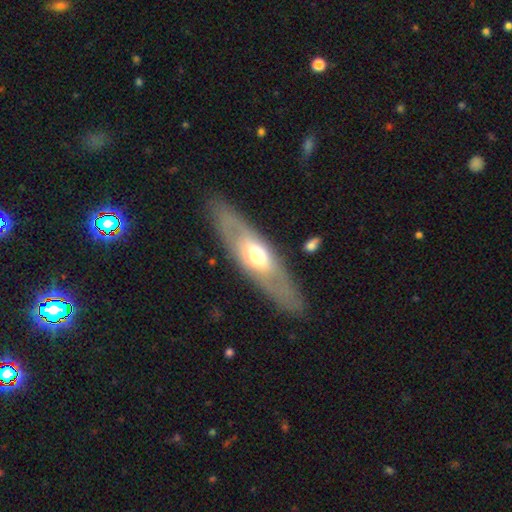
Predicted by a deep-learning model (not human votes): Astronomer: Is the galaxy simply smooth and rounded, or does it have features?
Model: featured or disk — 55% (runner-up: smooth, 40%).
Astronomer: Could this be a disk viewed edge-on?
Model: no — 56% (runner-up: yes, 44%).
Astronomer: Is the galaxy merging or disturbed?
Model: none — 83%.